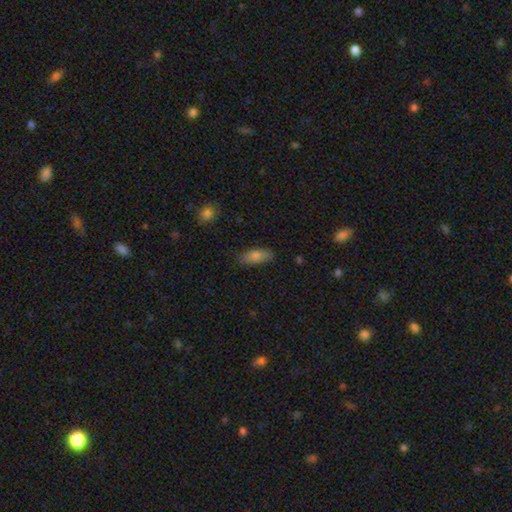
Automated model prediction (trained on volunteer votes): smooth_or_featured: smooth (p=0.78) [alt: featured or disk p=0.14]
how_rounded: in between (p=0.78) [alt: cigar-shaped p=0.19]
merging: none (p=0.82) [alt: minor disturbance p=0.14]